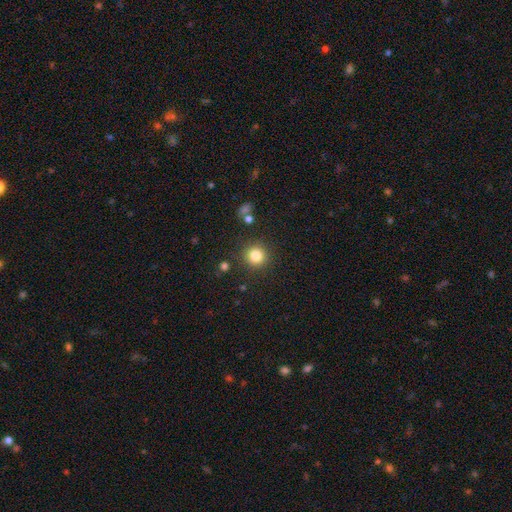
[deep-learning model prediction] A smooth galaxy with no disk features (82%) that is round (94%).

Vote fractions:
- Smooth or featured? smooth: 82% / star or artifact: 12% / featured or disk: 6%
- How rounded? round: 94% / in between: 5% / cigar-shaped: 1%
- Merging? none: 88% / minor disturbance: 7% / major disturbance: 3% / merger: 2%